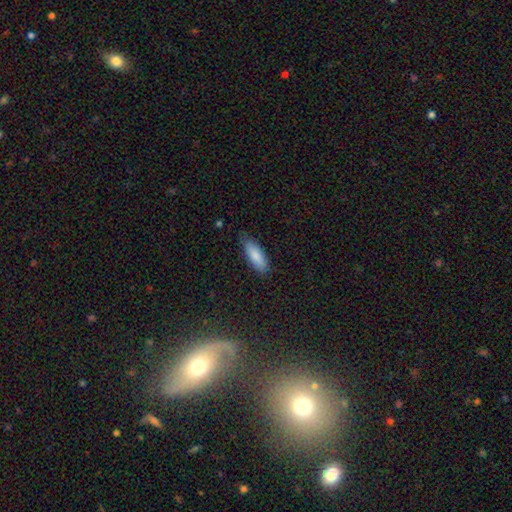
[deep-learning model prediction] smooth-or-featured: smooth: 85% | featured or disk: 9% | star or artifact: 6%
  how-rounded: in between: 63% | cigar-shaped: 35% | round: 2%
  merging: none: 78% | minor disturbance: 18% | major disturbance: 3% | merger: 1%